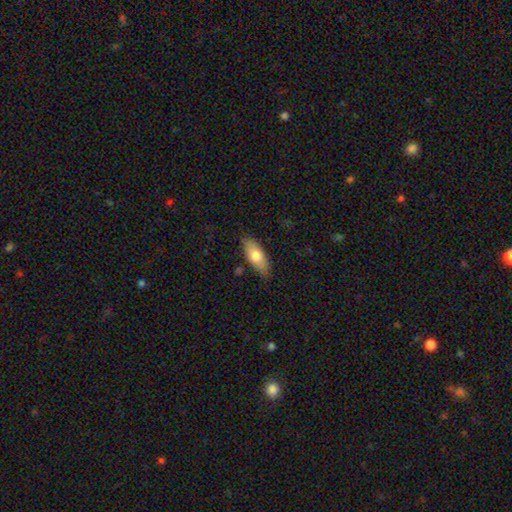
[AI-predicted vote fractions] Smooth or featured? Predicted: smooth (p=0.72). How rounded? Predicted: in between (p=0.75). Merging? Predicted: none (p=0.85).